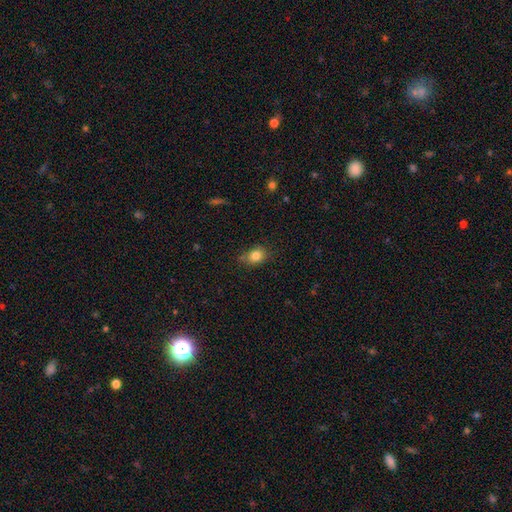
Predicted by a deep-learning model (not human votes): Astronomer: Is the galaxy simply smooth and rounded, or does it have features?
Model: smooth — 82%.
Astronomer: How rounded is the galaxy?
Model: in between — 50% (runner-up: round, 49%).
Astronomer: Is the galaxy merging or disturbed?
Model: none — 71%.